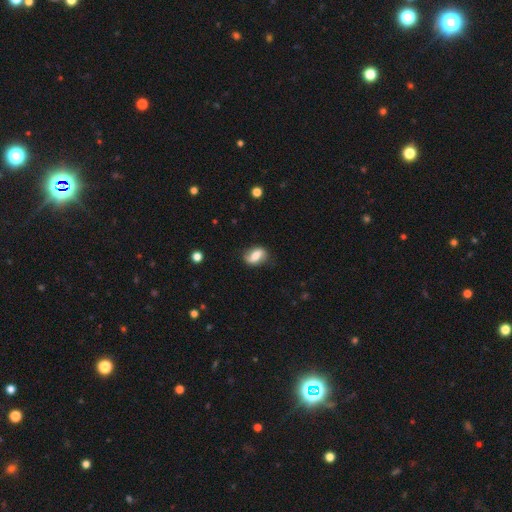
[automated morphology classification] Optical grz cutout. It shows a smooth galaxy with no disk features (49%). Merging: none (74%).